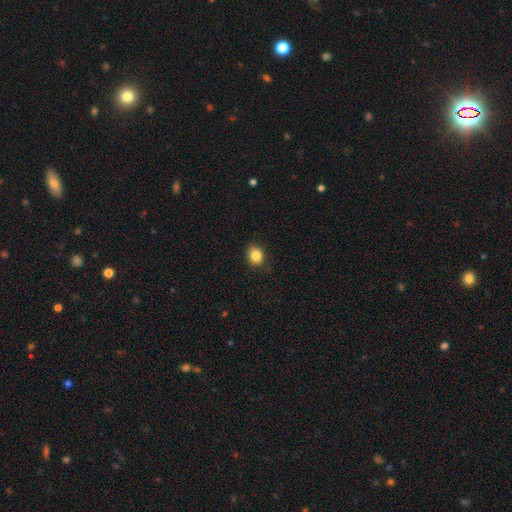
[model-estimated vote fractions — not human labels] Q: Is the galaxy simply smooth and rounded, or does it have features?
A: smooth — 85%.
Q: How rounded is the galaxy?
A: round — 62%.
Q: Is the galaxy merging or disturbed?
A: none — 88%.